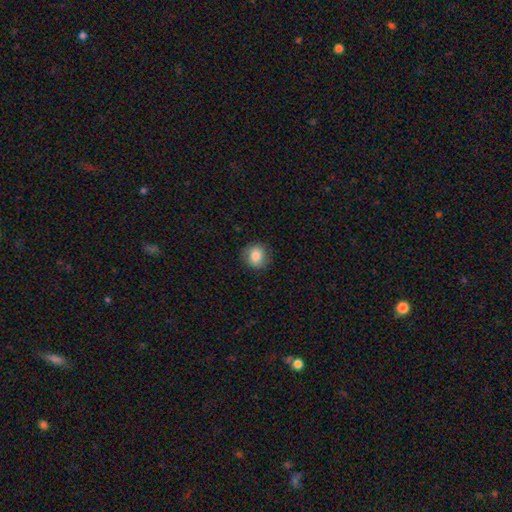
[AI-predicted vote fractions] Smooth or featured: smooth — 78% (featured or disk — 14%)
How rounded: round — 82% (in between — 17%)
Merging: none — 83% (minor disturbance — 12%)